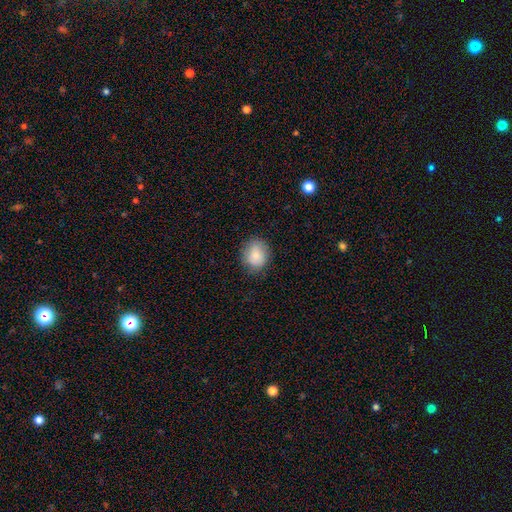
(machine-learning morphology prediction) Smooth or featured?
  - smooth: 85% *
  - star or artifact: 8%
  - featured or disk: 7%
How rounded?
  - round: 63% *
  - in between: 36%
  - cigar-shaped: 1%
Merging?
  - none: 82% *
  - minor disturbance: 14%
  - major disturbance: 3%
  - merger: 1%